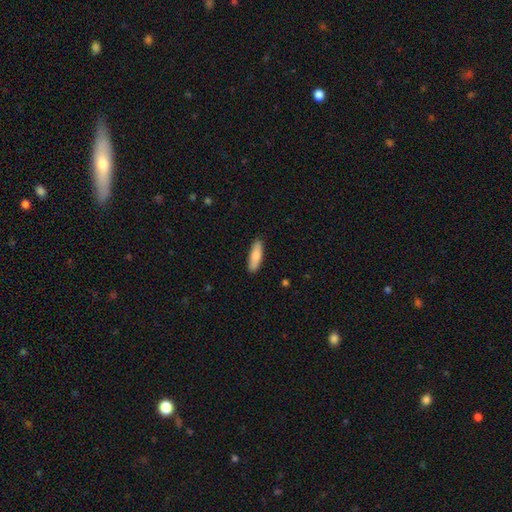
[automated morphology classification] This is clearly a smooth galaxy (82%). How rounded: possibly cigar-shaped (59%). Merging: clearly none (88%).